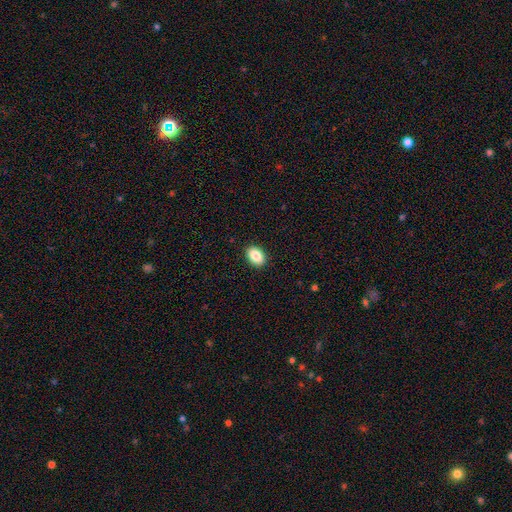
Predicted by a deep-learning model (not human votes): Smooth or featured: smooth — 87% (star or artifact — 8%)
How rounded: in between — 84% (round — 15%)
Merging: none — 90% (minor disturbance — 7%)